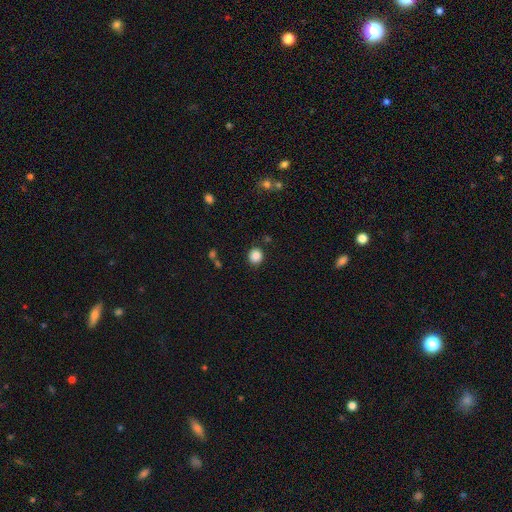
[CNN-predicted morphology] The model was most divided on "how rounded": round: 82%, in between: 17%, cigar-shaped: 1%. More confident: merging — none (86%); smooth or featured — smooth (86%).